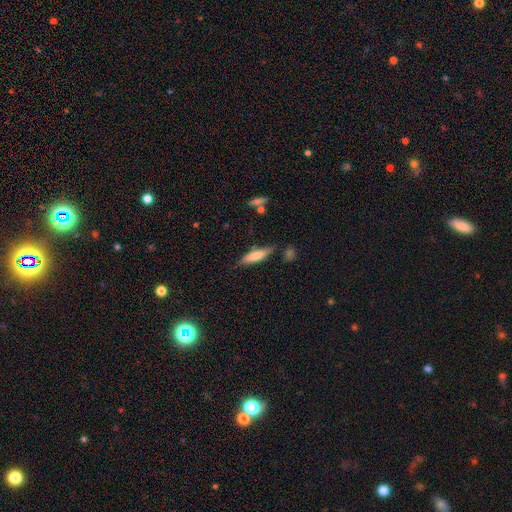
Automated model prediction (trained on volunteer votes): A smooth galaxy with no disk features (65%) that is cigar-shaped (70%).

Vote fractions:
- Smooth or featured? smooth: 65% / featured or disk: 28% / star or artifact: 7%
- How rounded? cigar-shaped: 70% / in between: 28% / round: 2%
- Merging? none: 73% / minor disturbance: 19% / major disturbance: 4% / merger: 4%